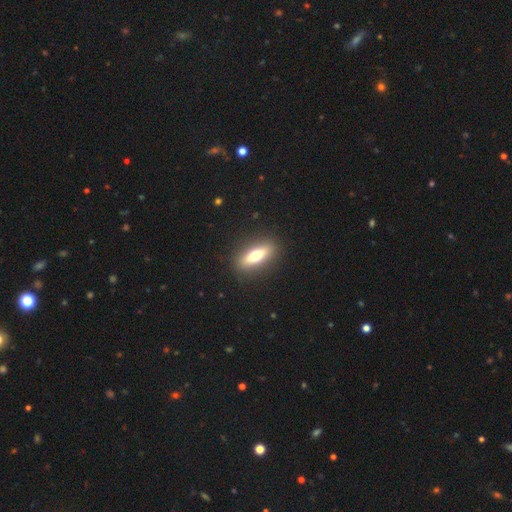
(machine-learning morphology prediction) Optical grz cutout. It shows a smooth galaxy with no disk features (59%) that is in between round and cigar-shaped (55%). Merging: none (89%).